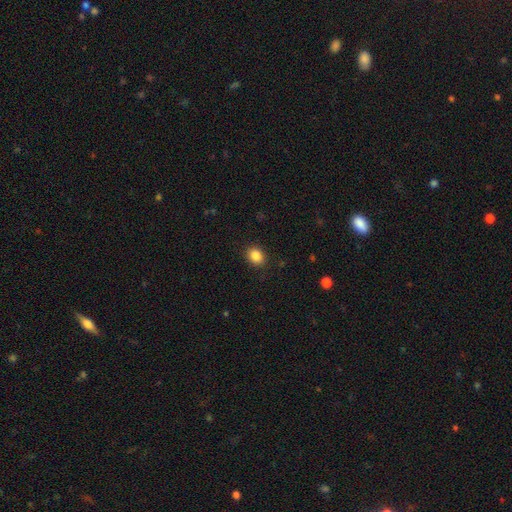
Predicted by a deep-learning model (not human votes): A smooth galaxy with no disk features (87%) that is in between round and cigar-shaped (52%). Merging: none (89%).